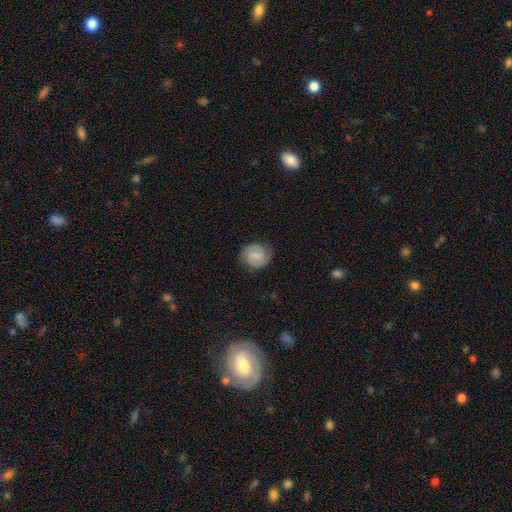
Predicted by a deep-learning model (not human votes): smooth_or_featured: smooth (p=0.59) [alt: featured or disk p=0.33]
how_rounded: round (p=0.78) [alt: in between p=0.21]
merging: none (p=0.77) [alt: minor disturbance p=0.17]